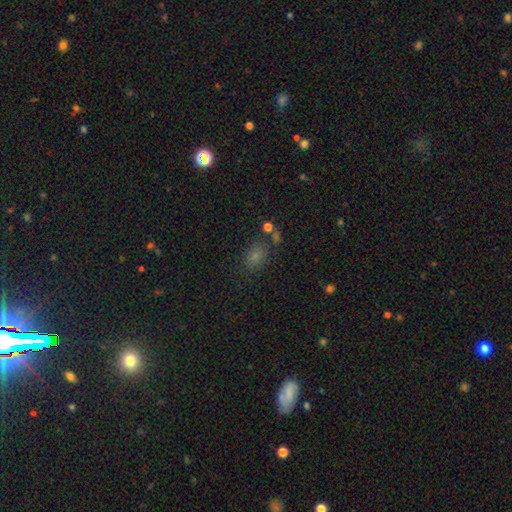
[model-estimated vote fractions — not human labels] A smooth galaxy with no disk features (68%) that is in between round and cigar-shaped (71%).

Vote fractions:
- Smooth or featured? smooth: 68% / star or artifact: 24% / featured or disk: 8%
- How rounded? in between: 71% / round: 27% / cigar-shaped: 2%
- Merging? none: 70% / minor disturbance: 15% / merger: 9% / major disturbance: 6%